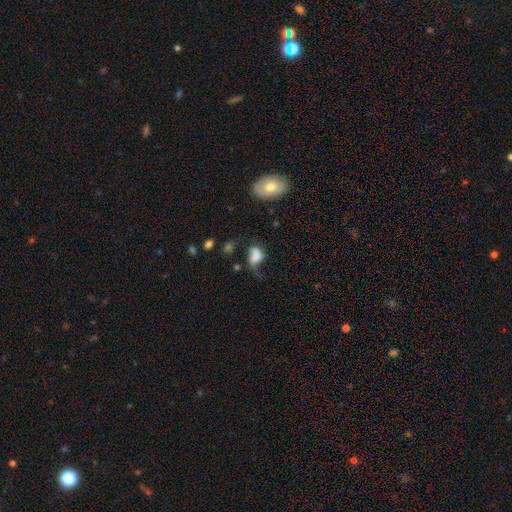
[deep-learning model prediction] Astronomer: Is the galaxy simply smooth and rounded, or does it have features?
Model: smooth — 65%.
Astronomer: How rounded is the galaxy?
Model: in between — 79%.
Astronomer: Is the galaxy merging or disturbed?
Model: major disturbance — 35% (runner-up: minor disturbance, 29%).